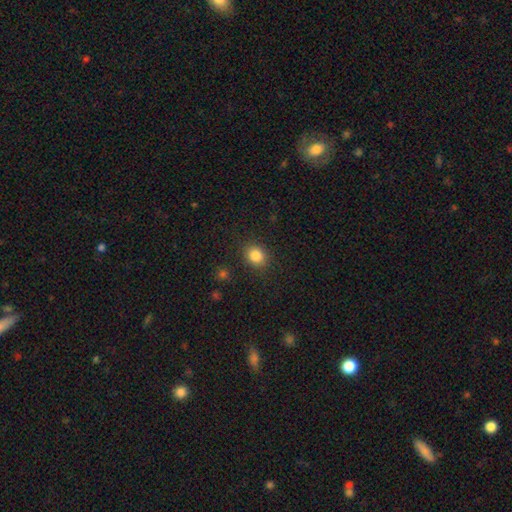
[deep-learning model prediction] smooth-or-featured: smooth: 84% | star or artifact: 11% | featured or disk: 5%
  how-rounded: round: 62% | in between: 37% | cigar-shaped: 1%
  merging: none: 87% | minor disturbance: 8% | major disturbance: 3% | merger: 2%